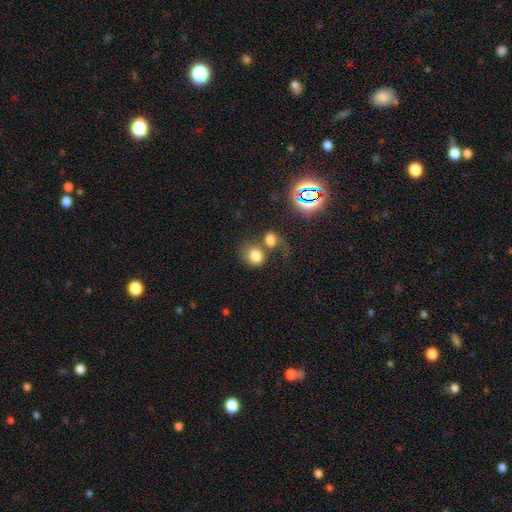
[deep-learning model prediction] This appears to be a smooth galaxy with no disk features (77%) that is round (70%). Merging: merger (43%).